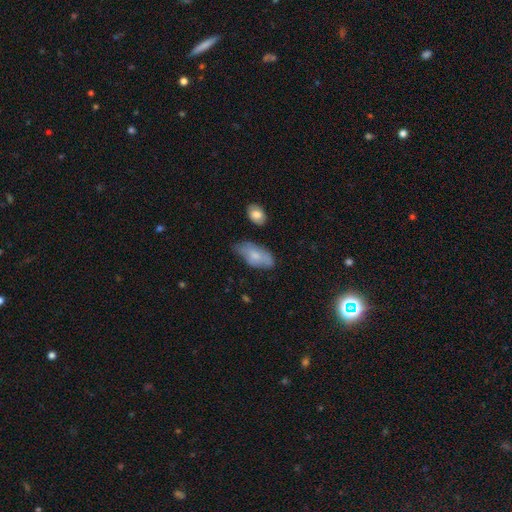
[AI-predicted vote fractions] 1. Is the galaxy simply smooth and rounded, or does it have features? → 69% smooth, 24% featured or disk, 7% star or artifact.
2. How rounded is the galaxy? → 91% in between, 6% cigar-shaped, 3% round.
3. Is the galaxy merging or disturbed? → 49% none, 38% minor disturbance, 10% major disturbance, 4% merger.